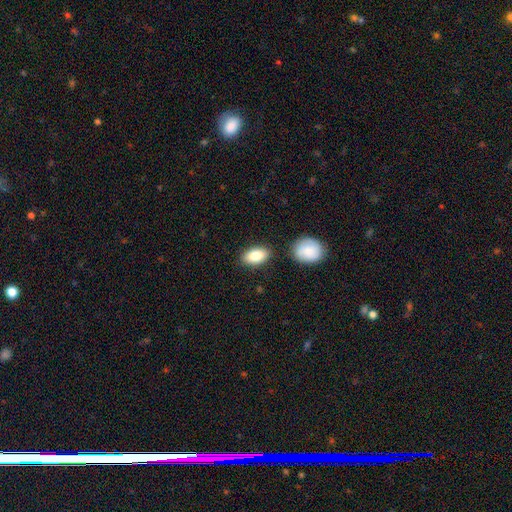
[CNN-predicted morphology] A smooth galaxy with no disk features (84%) that is in between round and cigar-shaped (91%). Merging: none (80%).